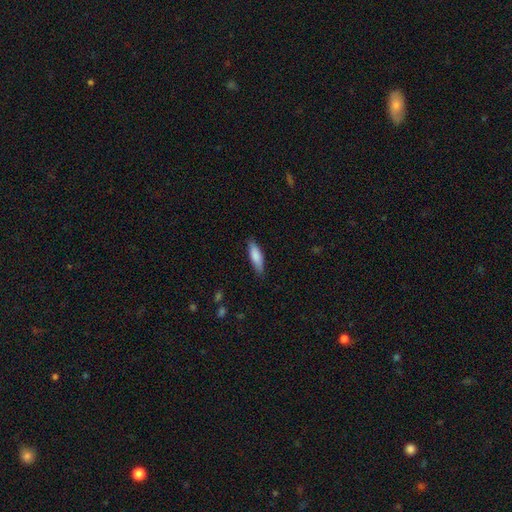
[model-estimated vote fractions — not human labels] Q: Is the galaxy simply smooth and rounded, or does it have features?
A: smooth — 81%.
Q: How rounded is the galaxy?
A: cigar-shaped — 59%.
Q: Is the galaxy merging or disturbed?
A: none — 82%.